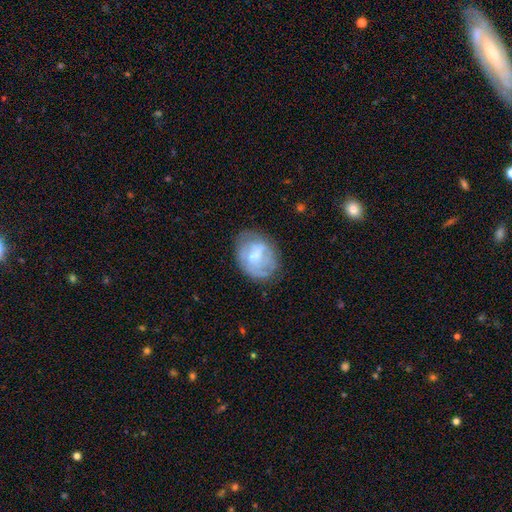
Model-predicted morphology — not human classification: Smooth or featured?
  - featured or disk: 59% *
  - smooth: 33%
  - star or artifact: 8%
Edge-on disk?
  - no: 97% *
  - yes: 3%
Bar?
  - weak: 50% *
  - no: 37%
  - strong: 13%
Spiral arms?
  - yes: 63% *
  - no: 37%
Bulge size?
  - small: 40% *
  - moderate: 37%
  - none: 16%
  - large: 5%
  - dominant: 1%
Merging?
  - none: 65% *
  - minor disturbance: 22%
  - major disturbance: 11%
  - merger: 2%